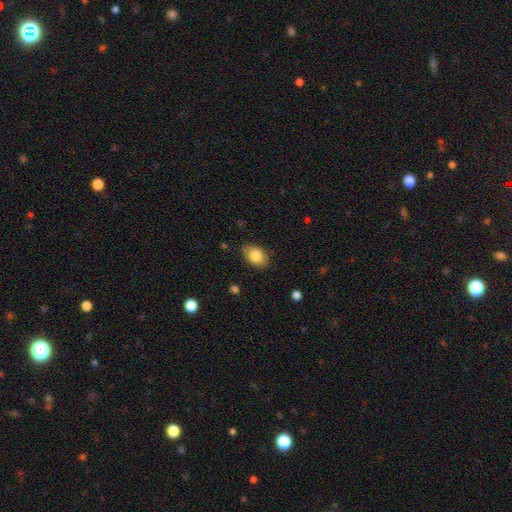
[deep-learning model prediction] smooth_or_featured: smooth (p=0.83) [alt: featured or disk p=0.10]
how_rounded: in between (p=0.85) [alt: round p=0.14]
merging: none (p=0.77) [alt: minor disturbance p=0.18]